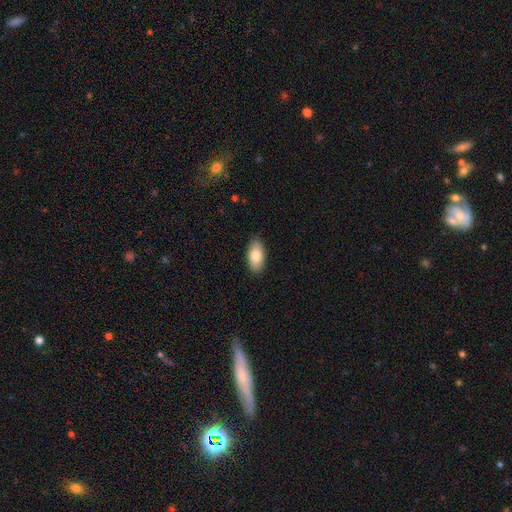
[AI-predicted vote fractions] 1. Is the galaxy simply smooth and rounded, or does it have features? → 80% smooth, 14% featured or disk, 7% star or artifact.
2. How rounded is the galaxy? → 93% in between, 4% cigar-shaped, 3% round.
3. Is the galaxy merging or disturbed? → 88% none, 9% minor disturbance, 2% major disturbance, 1% merger.